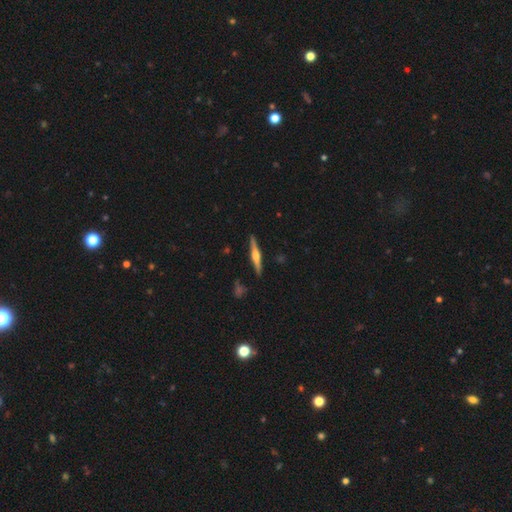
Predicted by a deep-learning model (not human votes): Overall: featured or disk (70%). Edge-on disk: yes (98%). Edge-on bulge: rounded (88%). Merging: none (90%).